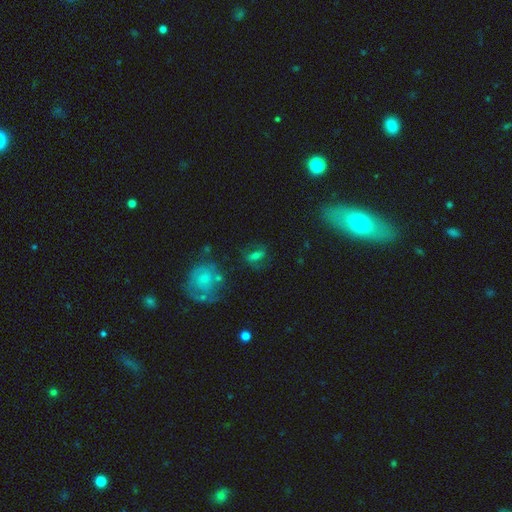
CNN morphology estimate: A featured or disk galaxy (46%). Merging: none (63%).